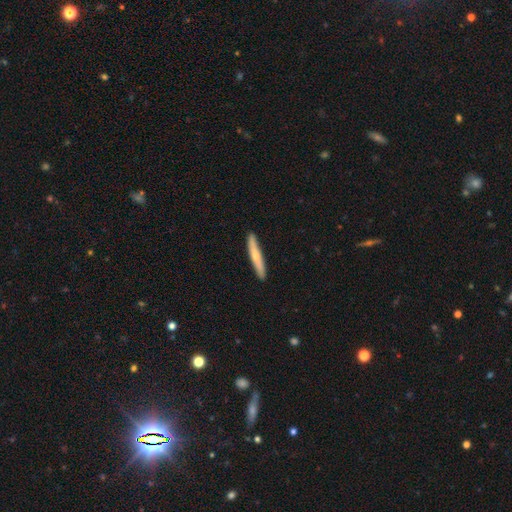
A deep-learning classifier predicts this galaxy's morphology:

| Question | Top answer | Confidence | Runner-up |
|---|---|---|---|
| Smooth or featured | smooth | 60% | featured or disk (35%) |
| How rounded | cigar-shaped | 95% | in between (4%) |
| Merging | none | 90% | minor disturbance (8%) |